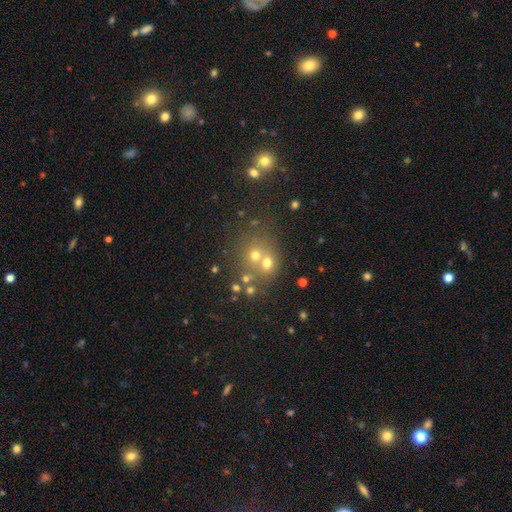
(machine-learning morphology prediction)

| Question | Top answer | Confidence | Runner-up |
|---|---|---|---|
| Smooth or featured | smooth | 51% | star or artifact (31%) |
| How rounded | round | 80% | in between (19%) |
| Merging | none | 53% | merger (34%) |